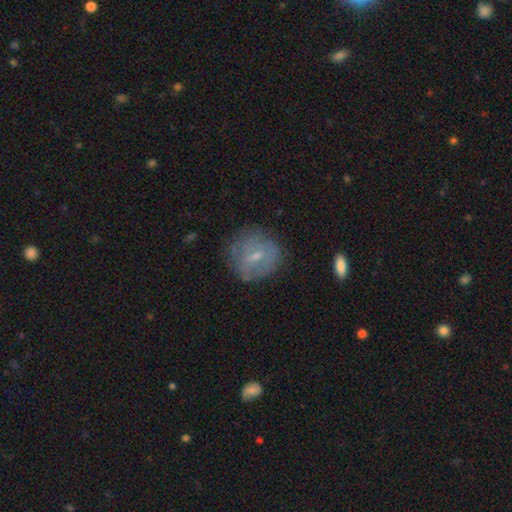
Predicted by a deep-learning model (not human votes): A smooth galaxy with no disk features (51%) that is round (83%). Merging: none (74%).